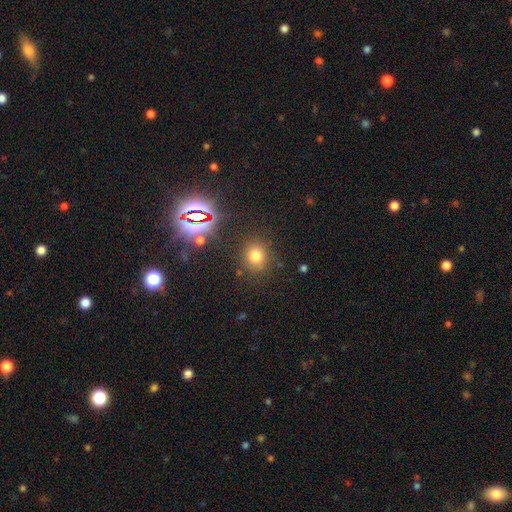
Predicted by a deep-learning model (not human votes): Morphology: type=smooth (70%); roundness=round (77%); merging=none (82%).